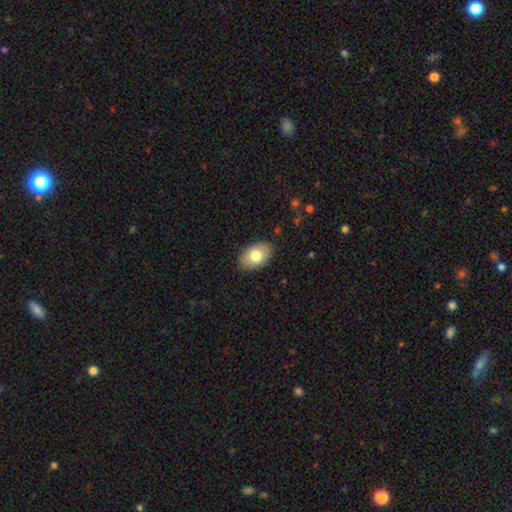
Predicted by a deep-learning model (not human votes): Smooth or featured?
  - smooth: 78% *
  - featured or disk: 15%
  - star or artifact: 7%
How rounded?
  - in between: 91% *
  - round: 8%
  - cigar-shaped: 1%
Merging?
  - none: 88% *
  - minor disturbance: 9%
  - major disturbance: 2%
  - merger: 1%